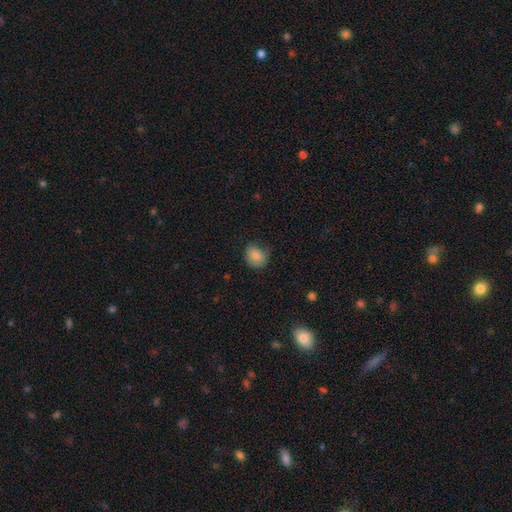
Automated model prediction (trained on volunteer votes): Morphology: type=smooth (81%); roundness=round (60%); merging=none (64%).